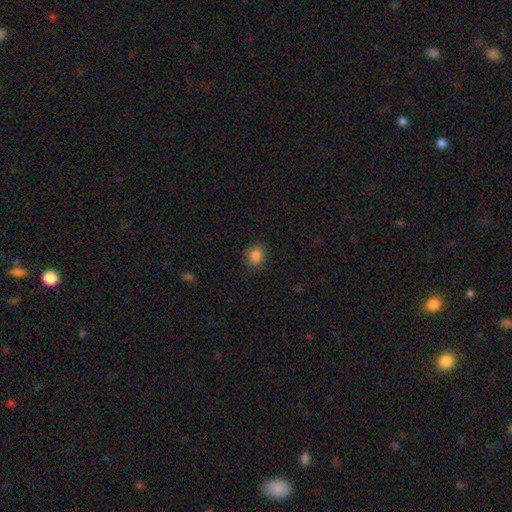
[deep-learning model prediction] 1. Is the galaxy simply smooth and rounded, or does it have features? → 85% smooth, 11% star or artifact, 4% featured or disk.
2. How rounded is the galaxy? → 54% round, 45% in between, 1% cigar-shaped.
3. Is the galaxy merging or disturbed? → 85% none, 11% minor disturbance, 3% major disturbance, 1% merger.